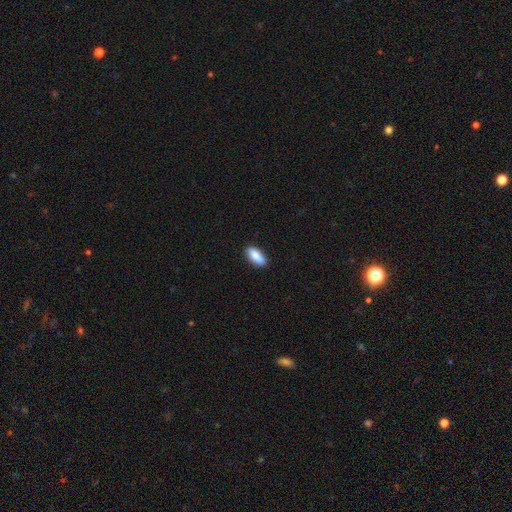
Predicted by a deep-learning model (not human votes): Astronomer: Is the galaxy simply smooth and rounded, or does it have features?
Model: smooth — 86%.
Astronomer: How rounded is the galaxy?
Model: in between — 76%.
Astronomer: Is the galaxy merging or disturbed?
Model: none — 86%.